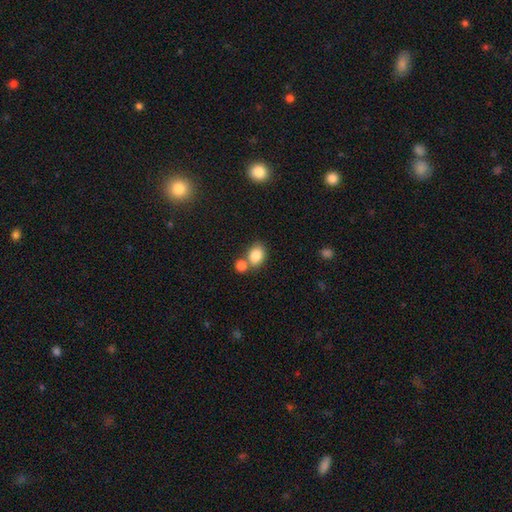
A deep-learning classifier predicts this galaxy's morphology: Smooth or featured? Predicted: smooth (p=0.84). How rounded? Predicted: in between (p=0.60). Merging? Predicted: none (p=0.52).